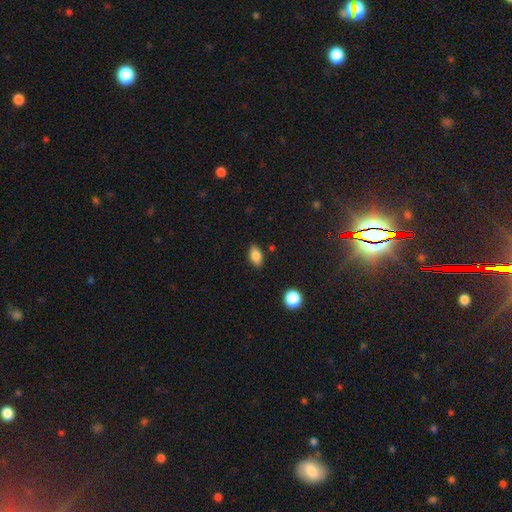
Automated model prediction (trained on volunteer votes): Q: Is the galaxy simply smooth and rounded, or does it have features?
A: smooth — 85%.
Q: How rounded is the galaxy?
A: in between — 88%.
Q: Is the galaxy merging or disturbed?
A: none — 85%.